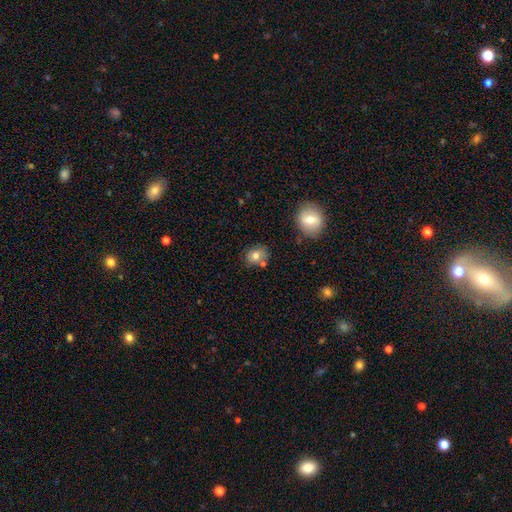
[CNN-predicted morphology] The model was most divided on "how rounded": round: 57%, in between: 42%, cigar-shaped: 1%. More confident: smooth or featured — smooth (76%); merging — none (68%).